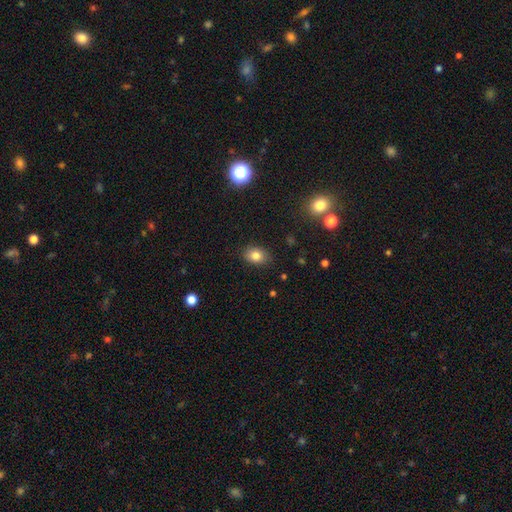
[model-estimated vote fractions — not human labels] A smooth galaxy with no disk features (81%) that is in between round and cigar-shaped (65%).

Vote fractions:
- Smooth or featured? smooth: 81% / star or artifact: 11% / featured or disk: 8%
- How rounded? in between: 65% / round: 34% / cigar-shaped: 1%
- Merging? none: 85% / minor disturbance: 11% / major disturbance: 3% / merger: 1%